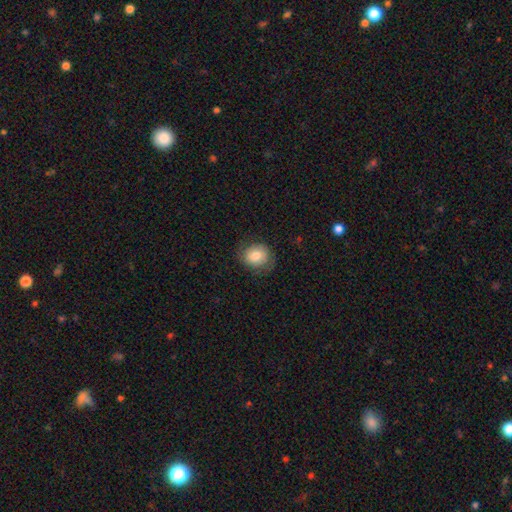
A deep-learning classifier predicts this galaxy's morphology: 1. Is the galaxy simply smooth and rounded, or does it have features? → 73% smooth, 19% featured or disk, 8% star or artifact.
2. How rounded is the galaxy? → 68% round, 31% in between, 1% cigar-shaped.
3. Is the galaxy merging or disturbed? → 74% none, 18% minor disturbance, 7% major disturbance, 1% merger.